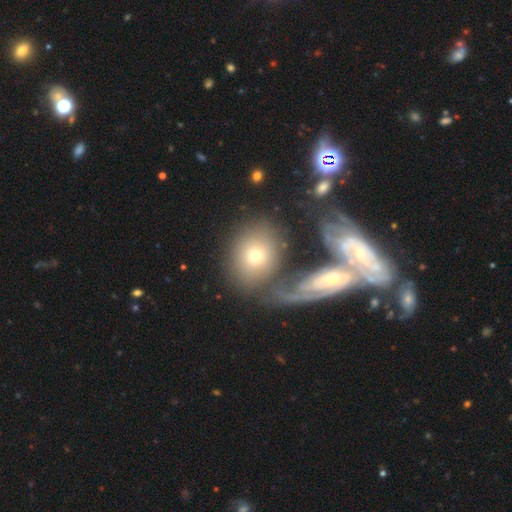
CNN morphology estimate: The model was most divided on "smooth or featured": smooth: 57%, featured or disk: 32%, star or artifact: 10%. More confident: how rounded — round (64%); merging — none (56%).